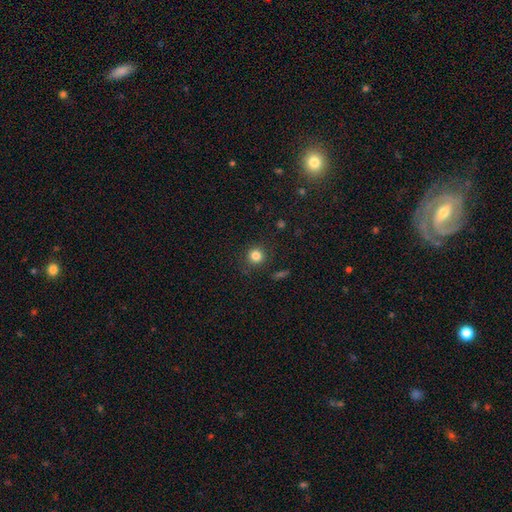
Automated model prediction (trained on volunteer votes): Morphology: type=smooth (82%); roundness=round (92%); merging=none (87%).